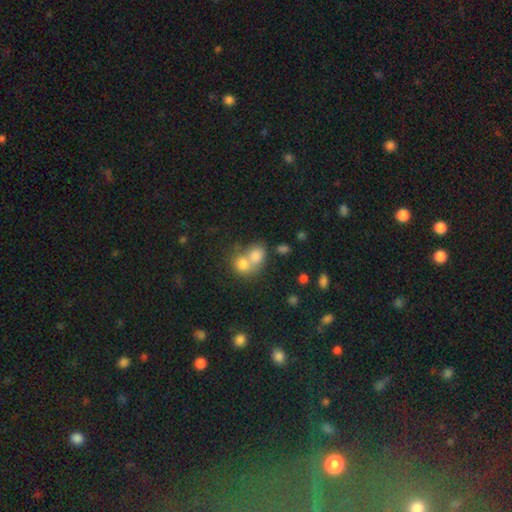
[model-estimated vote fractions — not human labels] Smooth or featured? Predicted: smooth (p=0.76). How rounded? Predicted: round (p=0.51). Merging? Predicted: merger (p=0.65).